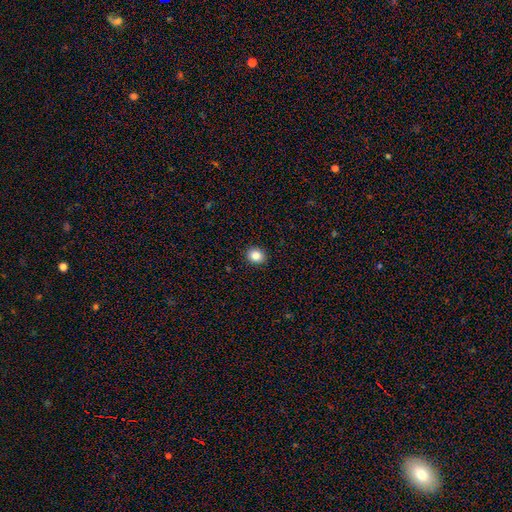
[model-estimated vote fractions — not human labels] Overall: smooth (85%). How rounded: round (64%; in between 35%). Merging: none (91%).